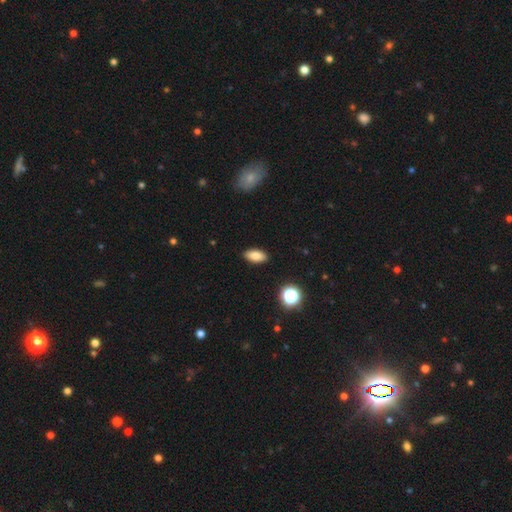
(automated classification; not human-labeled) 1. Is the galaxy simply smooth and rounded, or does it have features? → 81% smooth, 9% featured or disk, 9% star or artifact.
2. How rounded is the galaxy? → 89% in between, 7% cigar-shaped, 4% round.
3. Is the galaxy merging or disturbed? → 90% none, 7% minor disturbance, 2% major disturbance, 1% merger.